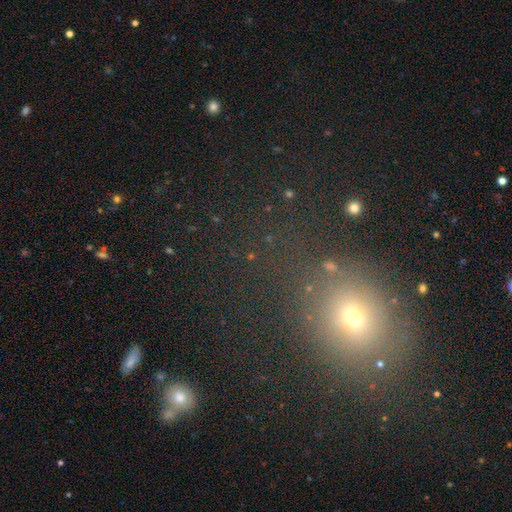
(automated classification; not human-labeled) Q: Smooth or featured?
A: smooth (50%); runner-up: star or artifact (39%)
Q: How rounded?
A: round (65%); runner-up: in between (33%)
Q: Merging?
A: none (71%); runner-up: minor disturbance (13%)